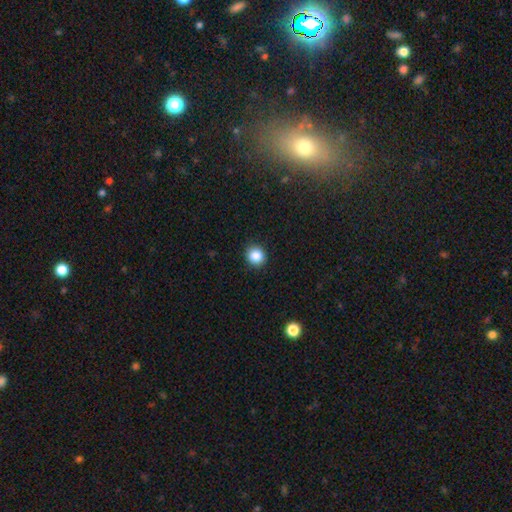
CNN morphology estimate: The model was most divided on "how rounded": round: 88%, in between: 11%, cigar-shaped: 1%. More confident: merging — none (91%); smooth or featured — smooth (86%).